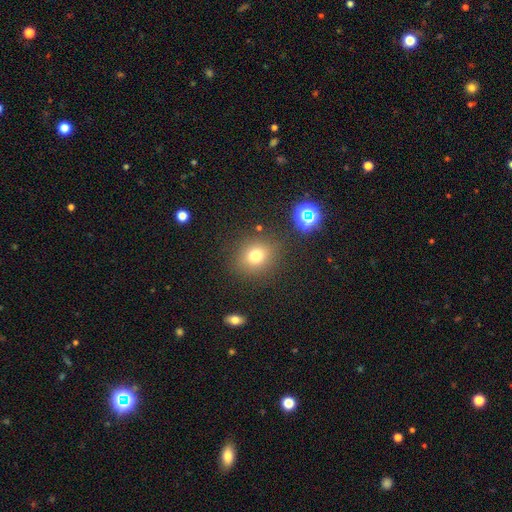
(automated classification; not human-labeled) smooth-or-featured: smooth: 75% | star or artifact: 17% | featured or disk: 8%
  how-rounded: round: 78% | in between: 21% | cigar-shaped: 1%
  merging: none: 85% | minor disturbance: 9% | major disturbance: 4% | merger: 3%